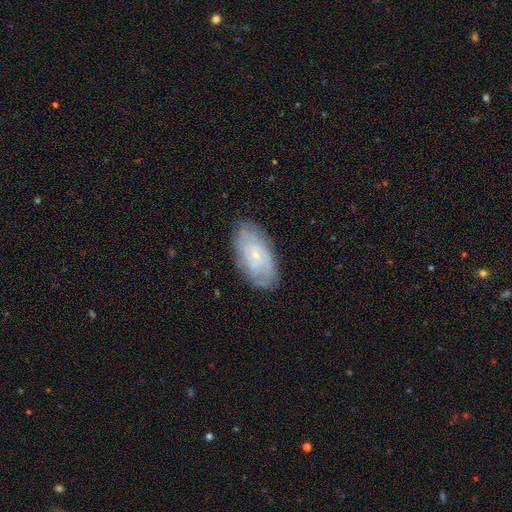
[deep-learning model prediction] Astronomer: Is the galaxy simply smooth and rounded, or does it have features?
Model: featured or disk — 66%.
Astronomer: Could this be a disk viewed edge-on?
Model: no — 93%.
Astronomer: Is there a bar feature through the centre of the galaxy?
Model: no — 73%.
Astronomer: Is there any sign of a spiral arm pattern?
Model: yes — 84%.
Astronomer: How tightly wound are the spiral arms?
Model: tight — 67%.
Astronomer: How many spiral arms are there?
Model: can't tell — 56%.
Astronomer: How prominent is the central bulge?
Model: small — 80%.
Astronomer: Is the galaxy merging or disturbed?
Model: none — 79%.